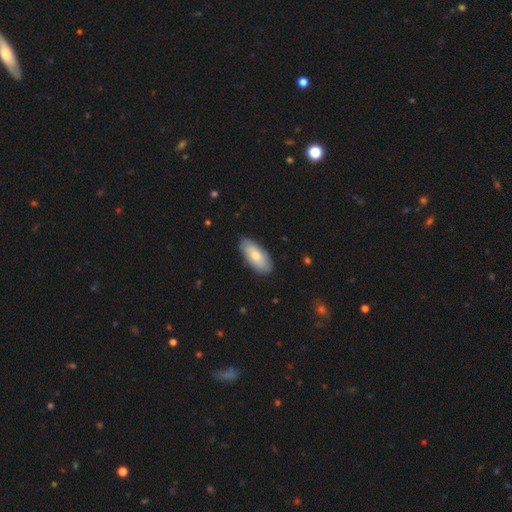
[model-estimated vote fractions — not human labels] A smooth galaxy with no disk features (74%) that is in between round and cigar-shaped (89%). Merging: none (85%).